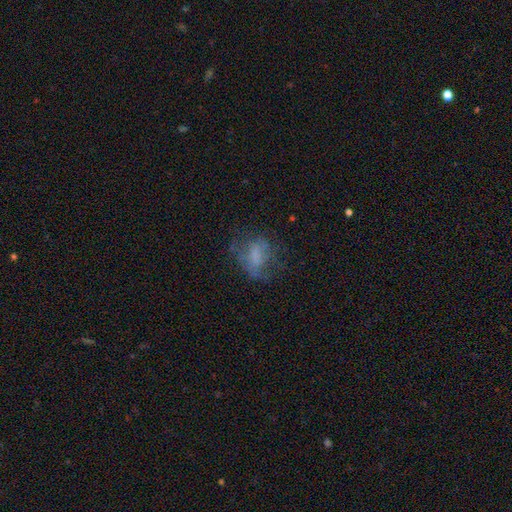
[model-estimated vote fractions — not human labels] A smooth galaxy with no disk features (52%) that is in between round and cigar-shaped (67%). Merging: none (47%).